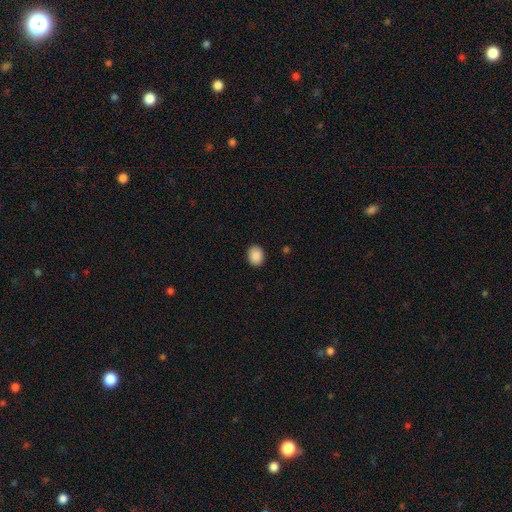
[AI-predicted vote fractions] Smooth or featured?
  - smooth: 89% *
  - star or artifact: 8%
  - featured or disk: 2%
How rounded?
  - round: 50% *
  - in between: 49%
  - cigar-shaped: 1%
Merging?
  - none: 90% *
  - minor disturbance: 7%
  - major disturbance: 2%
  - merger: 1%